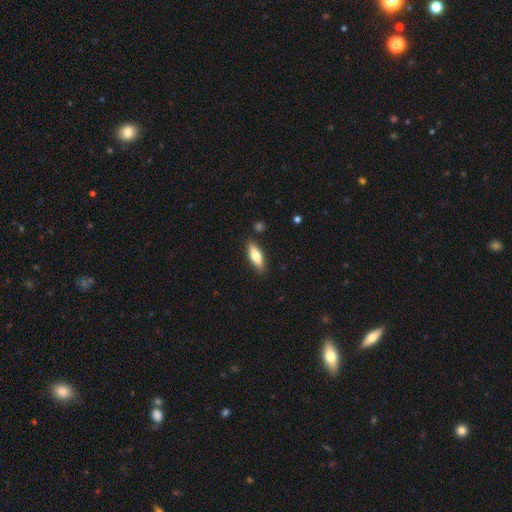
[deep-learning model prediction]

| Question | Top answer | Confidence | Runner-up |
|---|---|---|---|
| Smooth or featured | smooth | 69% | featured or disk (25%) |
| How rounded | in between | 60% | cigar-shaped (38%) |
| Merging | none | 86% | minor disturbance (10%) |